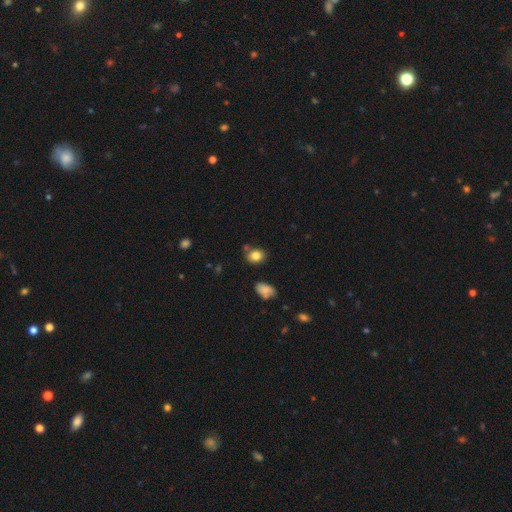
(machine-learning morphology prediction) Q: Smooth or featured?
A: smooth (82%); runner-up: star or artifact (10%)
Q: How rounded?
A: round (51%); runner-up: in between (47%)
Q: Merging?
A: none (73%); runner-up: minor disturbance (15%)